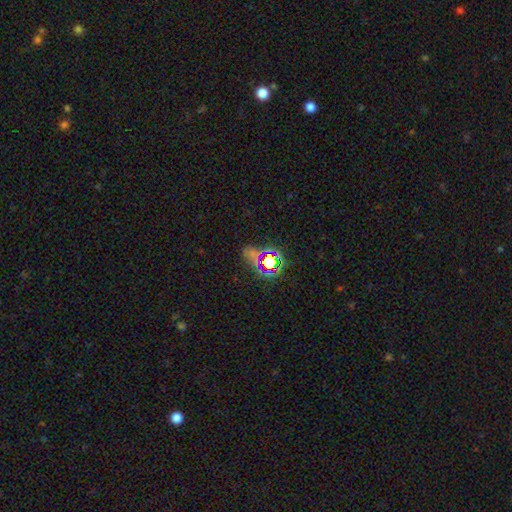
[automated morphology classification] A star or artifact, not a galaxy (65%).

Vote fractions:
- Smooth or featured? star or artifact: 65% / smooth: 25% / featured or disk: 10%